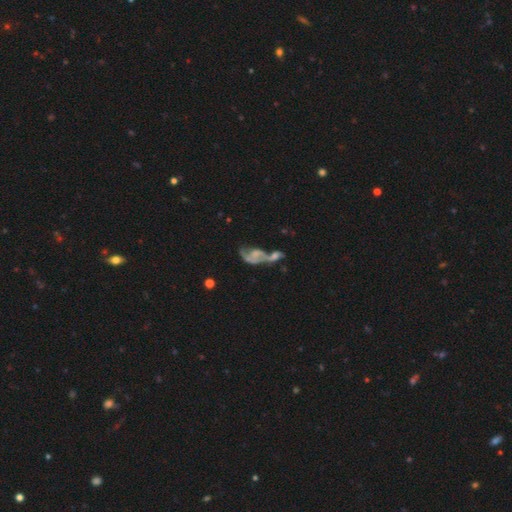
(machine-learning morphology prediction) Overall: featured or disk (58%; smooth 29%). Edge-on disk: no (93%). Bar: no (81%). Spiral arms: no (54%; yes 46%). Bulge size: none (62%). Merging: merger (56%; major disturbance 23%).